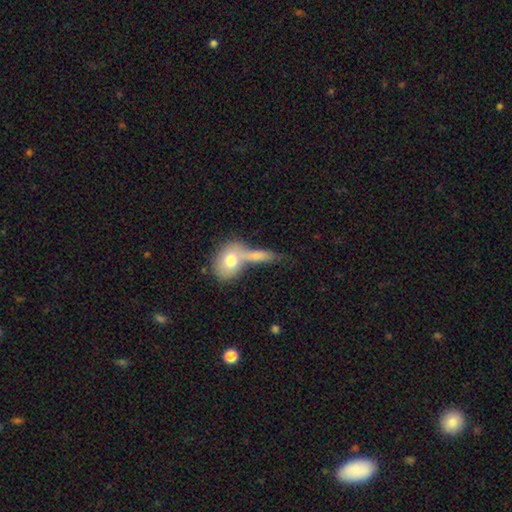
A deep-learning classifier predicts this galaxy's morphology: Smooth or featured? smooth (73%)
How rounded? in between (51%)
Merging? merger (51%)